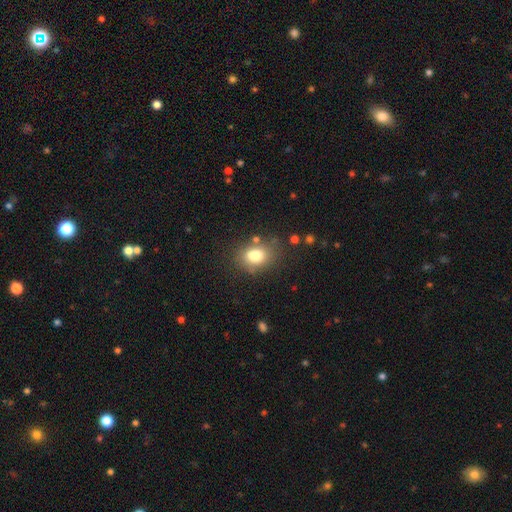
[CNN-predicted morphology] Smooth or featured? smooth (77%)
How rounded? in between (65%)
Merging? none (67%)